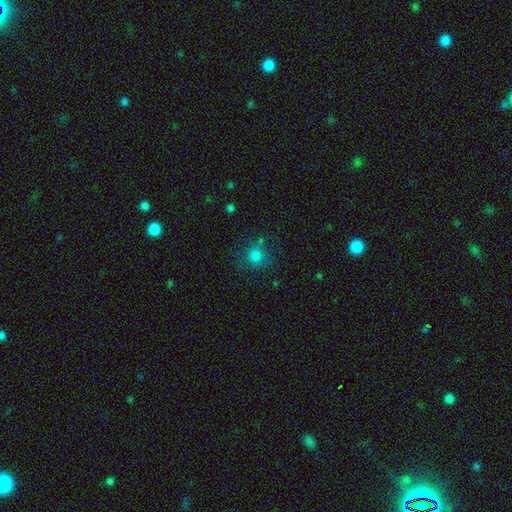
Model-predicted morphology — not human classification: smooth-or-featured: smooth: 80% | star or artifact: 13% | featured or disk: 7%
  how-rounded: round: 89% | in between: 10% | cigar-shaped: 1%
  merging: none: 70% | minor disturbance: 17% | major disturbance: 7% | merger: 6%